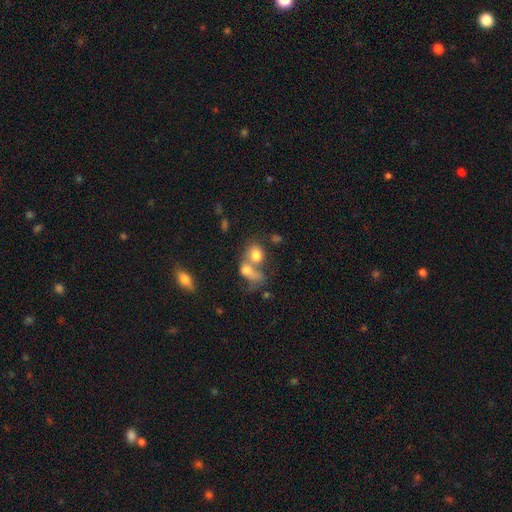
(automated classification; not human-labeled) A smooth galaxy with no disk features (73%) that is round (52%).

Vote fractions:
- Smooth or featured? smooth: 73% / featured or disk: 17% / star or artifact: 11%
- How rounded? round: 52% / in between: 46% / cigar-shaped: 2%
- Merging? merger: 62% / none: 22% / major disturbance: 9% / minor disturbance: 7%